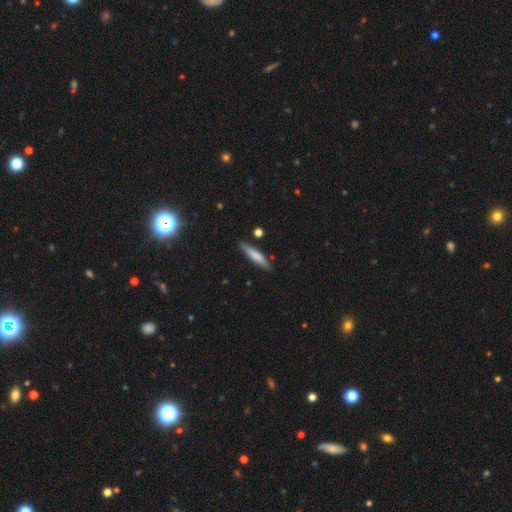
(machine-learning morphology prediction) A smooth galaxy with no disk features (70%) that is cigar-shaped (86%).

Vote fractions:
- Smooth or featured? smooth: 70% / featured or disk: 24% / star or artifact: 6%
- How rounded? cigar-shaped: 86% / in between: 12% / round: 1%
- Merging? none: 84% / minor disturbance: 11% / merger: 2% / major disturbance: 2%